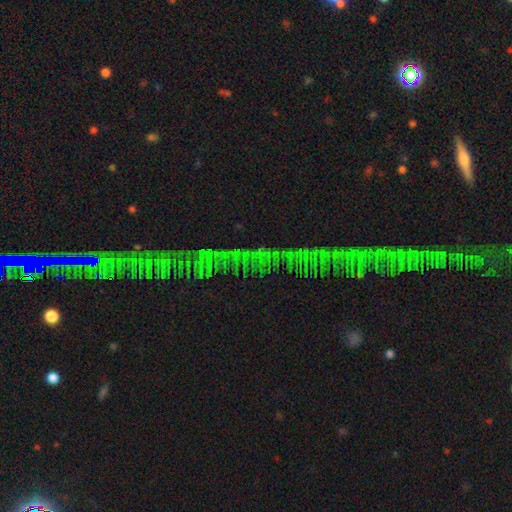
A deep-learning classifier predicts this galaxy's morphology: smooth-or-featured: star or artifact: 81% | featured or disk: 11% | smooth: 8%